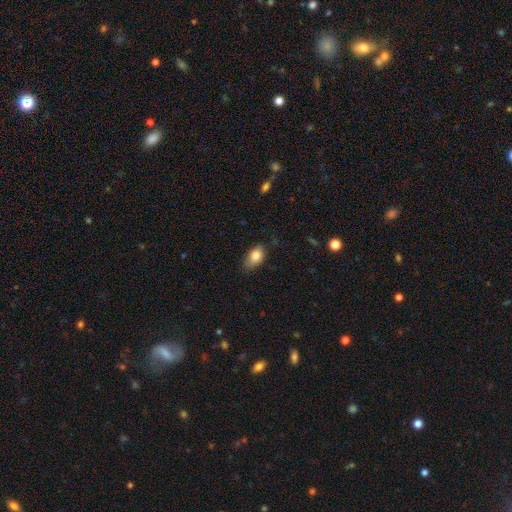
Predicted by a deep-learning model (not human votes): The model was most divided on "merging": none: 69%, minor disturbance: 25%, major disturbance: 5%, merger: 1%. More confident: how rounded — in between (88%); smooth or featured — smooth (83%).